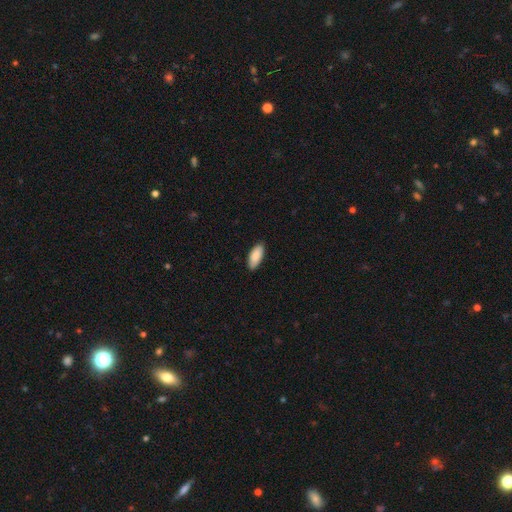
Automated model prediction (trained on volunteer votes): Smooth or featured?
  - smooth: 88% *
  - featured or disk: 6%
  - star or artifact: 6%
How rounded?
  - in between: 87% *
  - cigar-shaped: 12%
  - round: 2%
Merging?
  - none: 85% *
  - minor disturbance: 12%
  - major disturbance: 2%
  - merger: 1%